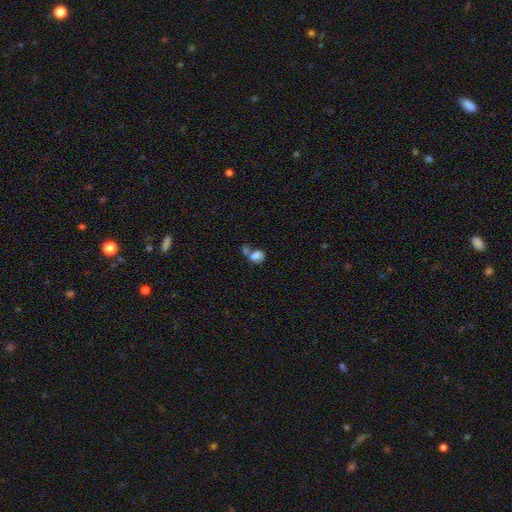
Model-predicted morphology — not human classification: Smooth or featured? smooth (72%)
How rounded? in between (60%)
Merging? merger (55%)